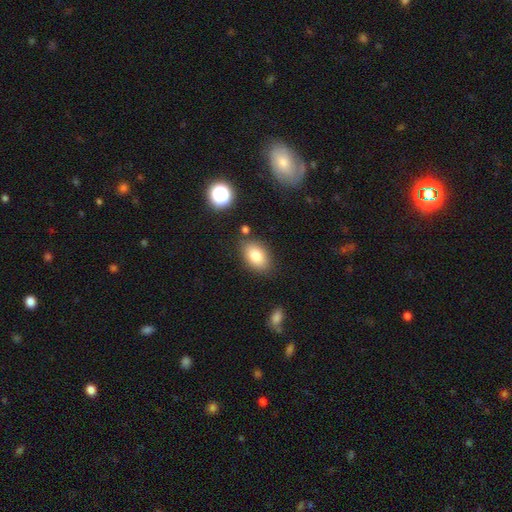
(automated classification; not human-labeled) This appears to be a smooth galaxy with no disk features (81%) that is in between round and cigar-shaped (87%). Merging: none (80%).